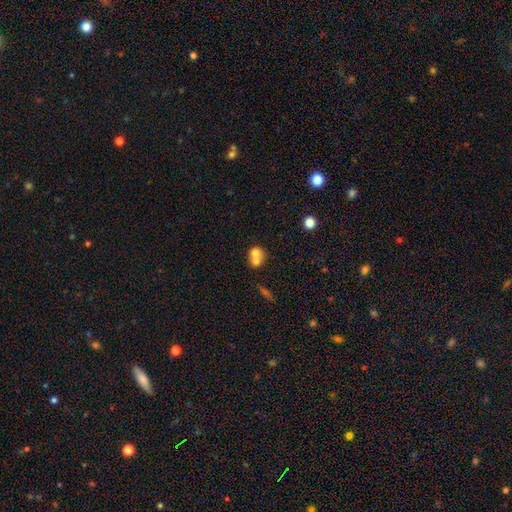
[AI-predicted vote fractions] Smooth or featured? Predicted: smooth (p=0.68). How rounded? Predicted: round (p=0.66). Merging? Predicted: merger (p=0.66).